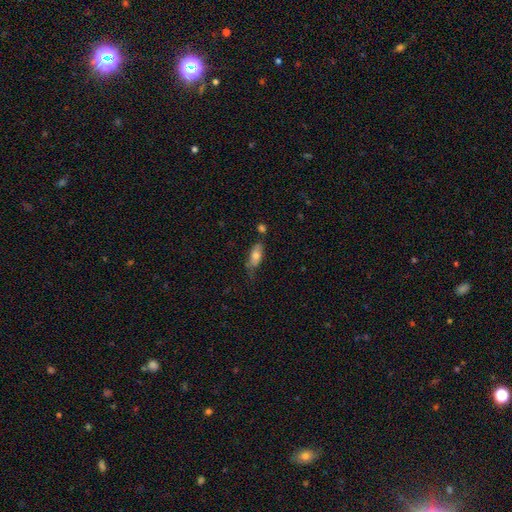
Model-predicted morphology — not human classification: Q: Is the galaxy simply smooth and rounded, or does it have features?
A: smooth — 72%.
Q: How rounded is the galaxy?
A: in between — 76%.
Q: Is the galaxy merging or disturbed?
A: none — 51%.